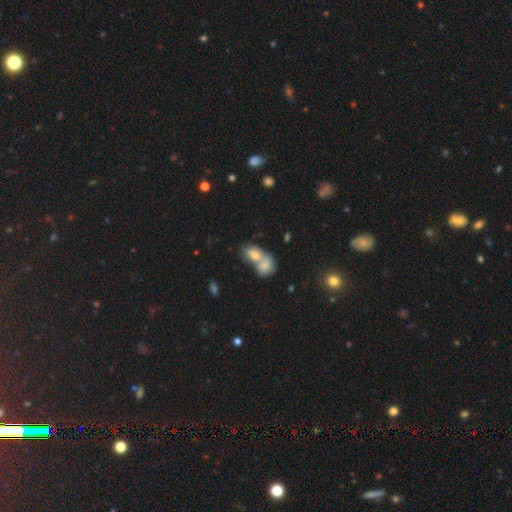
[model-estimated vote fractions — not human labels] smooth-or-featured: smooth: 76% | featured or disk: 15% | star or artifact: 9%
  how-rounded: in between: 74% | round: 24% | cigar-shaped: 2%
  merging: merger: 73% | none: 19% | minor disturbance: 6% | major disturbance: 3%